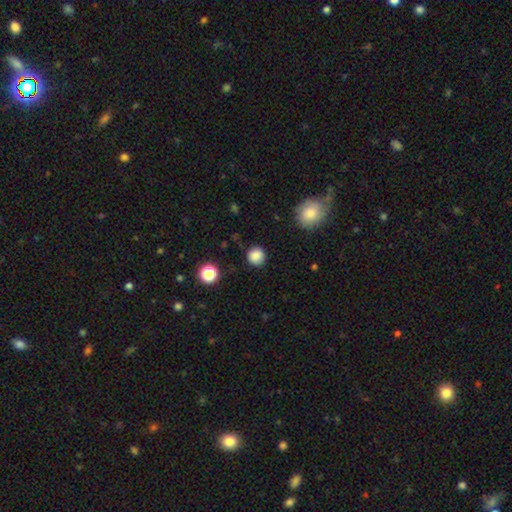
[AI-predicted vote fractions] smooth 85%, star or artifact 11%, featured or disk 4%. Down the decision tree: how rounded — round (91%); merging — none (86%).